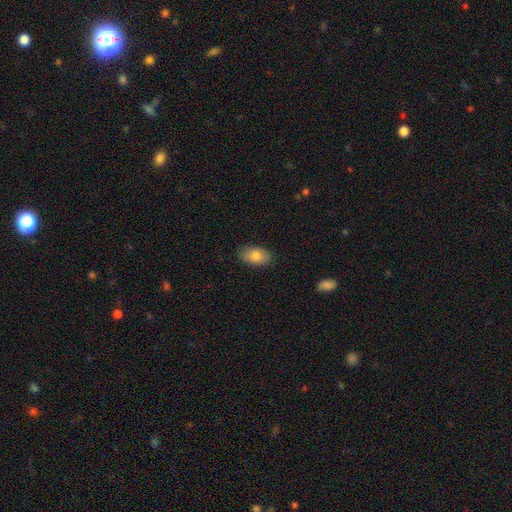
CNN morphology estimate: This is clearly a smooth galaxy (83%). How rounded: clearly in between (93%). Merging: clearly none (85%).